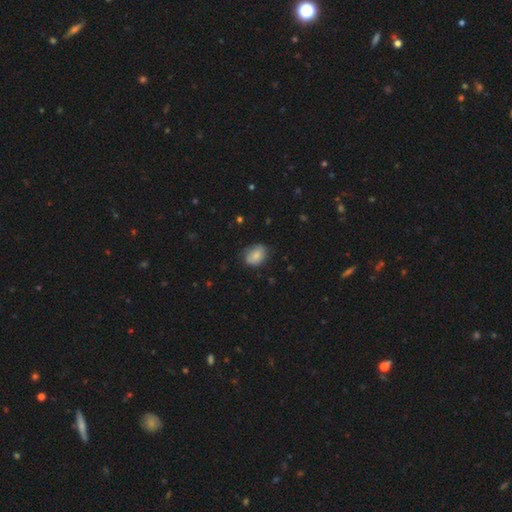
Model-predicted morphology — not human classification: A smooth galaxy with no disk features (81%) that is in between round and cigar-shaped (66%). Merging: none (72%).